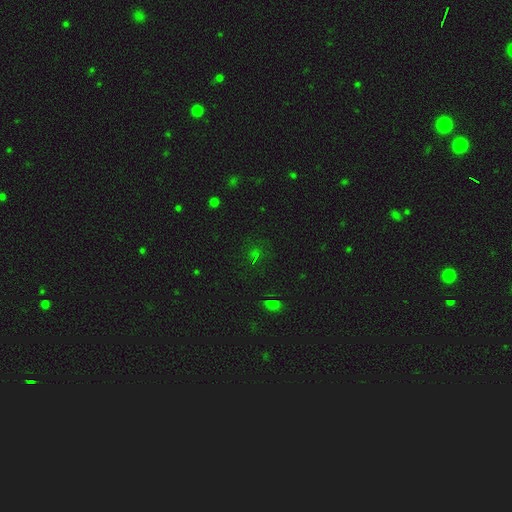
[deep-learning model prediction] Morphology: type=star or artifact (61%).